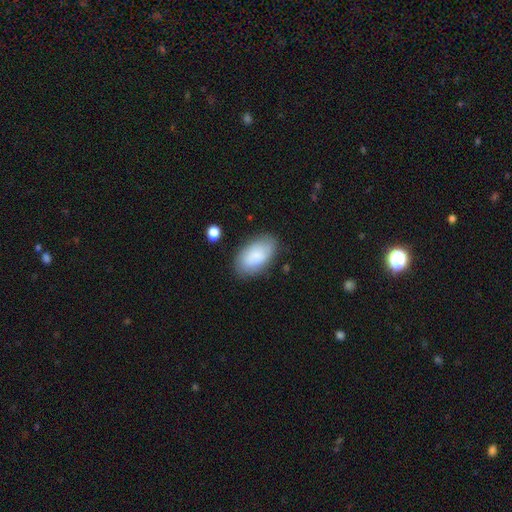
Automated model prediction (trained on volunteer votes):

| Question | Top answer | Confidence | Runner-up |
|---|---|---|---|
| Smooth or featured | smooth | 78% | featured or disk (15%) |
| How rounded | in between | 95% | round (4%) |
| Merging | none | 79% | minor disturbance (15%) |